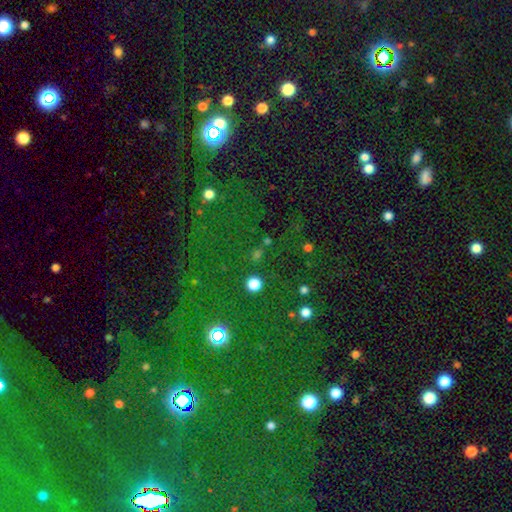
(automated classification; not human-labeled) A star or artifact, not a galaxy (55%).